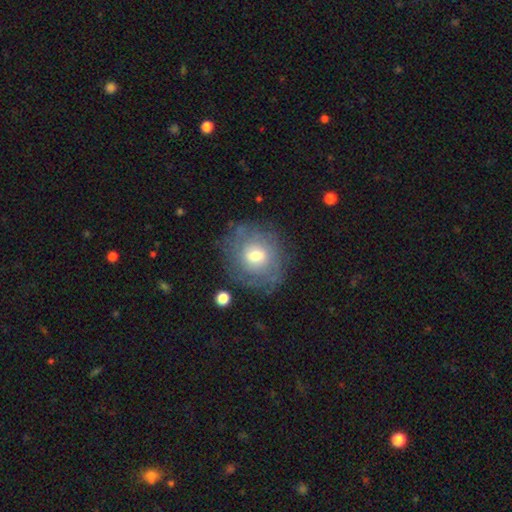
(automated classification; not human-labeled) Smooth or featured? Predicted: featured or disk (p=0.55). Edge-on disk? Predicted: no (p=0.96). Bar? Predicted: no (p=0.56). Spiral arms? Predicted: yes (p=0.69). Bulge size? Predicted: moderate (p=0.62). Merging? Predicted: none (p=0.73).